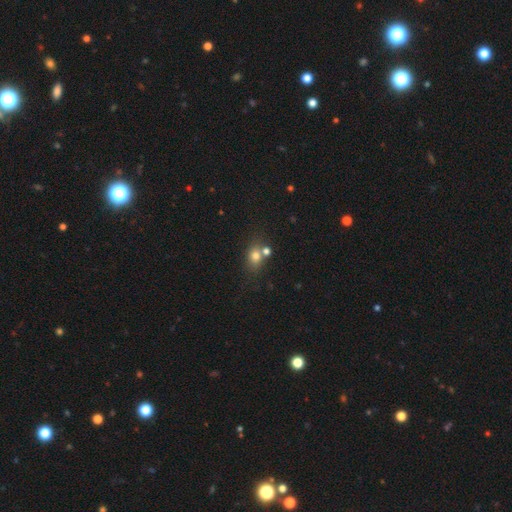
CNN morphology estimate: This appears to be a smooth galaxy with no disk features (74%) that is in between round and cigar-shaped (50%). Merging: none (54%).